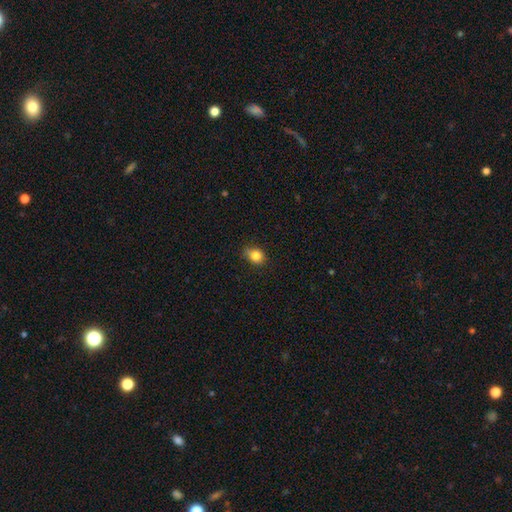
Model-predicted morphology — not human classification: A smooth galaxy with no disk features (84%) that is round (56%).

Vote fractions:
- Smooth or featured? smooth: 84% / star or artifact: 11% / featured or disk: 5%
- How rounded? round: 56% / in between: 42% / cigar-shaped: 1%
- Merging? none: 70% / minor disturbance: 24% / major disturbance: 4% / merger: 1%